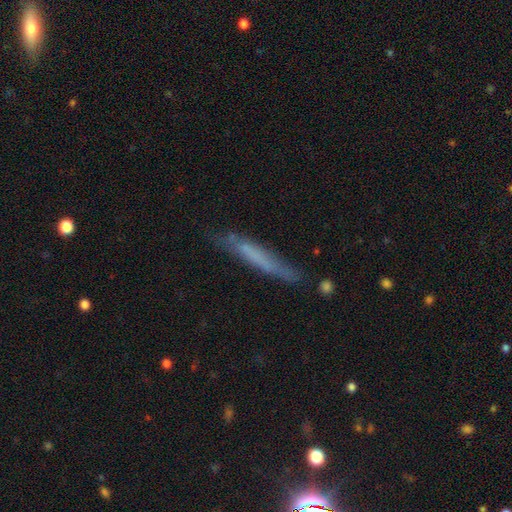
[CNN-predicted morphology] Smooth or featured?
  - smooth: 52% *
  - featured or disk: 40%
  - star or artifact: 8%
How rounded?
  - cigar-shaped: 94% *
  - in between: 4%
  - round: 1%
Merging?
  - none: 69% *
  - minor disturbance: 22%
  - major disturbance: 6%
  - merger: 3%